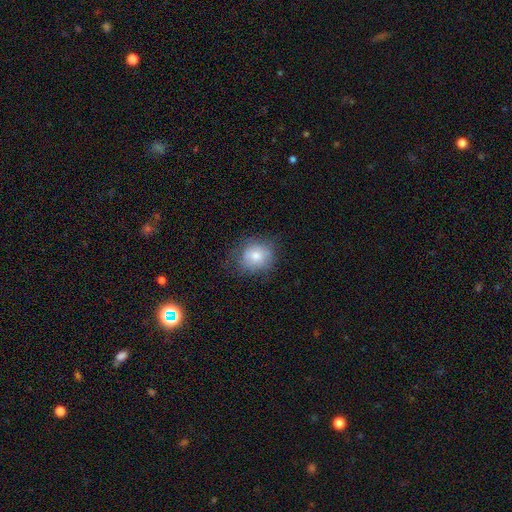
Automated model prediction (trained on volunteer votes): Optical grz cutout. It shows a smooth galaxy with no disk features (72%) that is round (72%). Merging: none (66%).